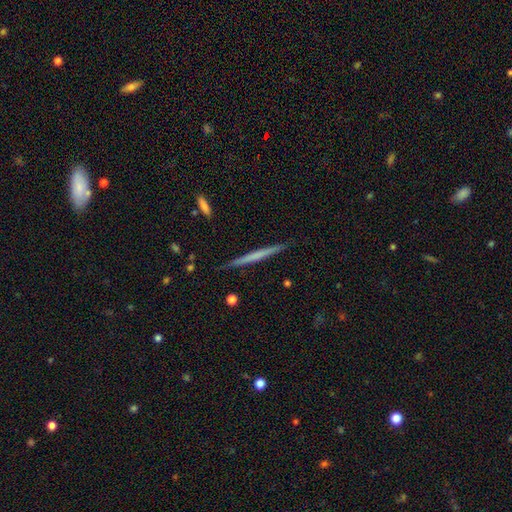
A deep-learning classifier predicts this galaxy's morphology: This is possibly a featured or disk galaxy (49%). Merging: clearly none (90%).